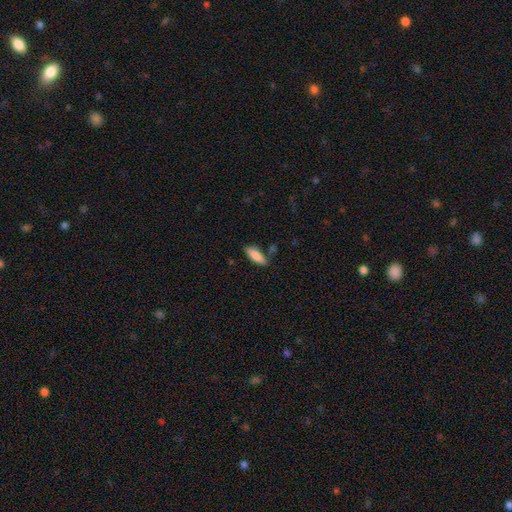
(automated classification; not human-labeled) The model was most divided on "how rounded": in between: 60%, cigar-shaped: 38%, round: 2%. More confident: smooth or featured — smooth (82%); merging — none (77%).